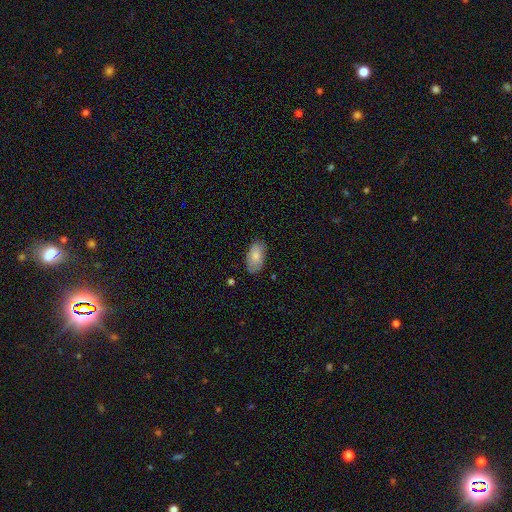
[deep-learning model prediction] smooth_or_featured: smooth (p=0.78) [alt: featured or disk p=0.15]
how_rounded: in between (p=0.94) [alt: round p=0.04]
merging: none (p=0.78) [alt: minor disturbance p=0.17]